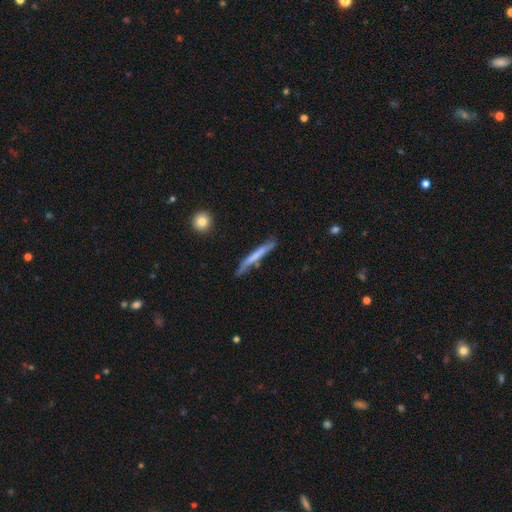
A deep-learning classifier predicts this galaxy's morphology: Overall: smooth (55%; featured or disk 39%). How rounded: cigar-shaped (96%). Merging: none (74%).